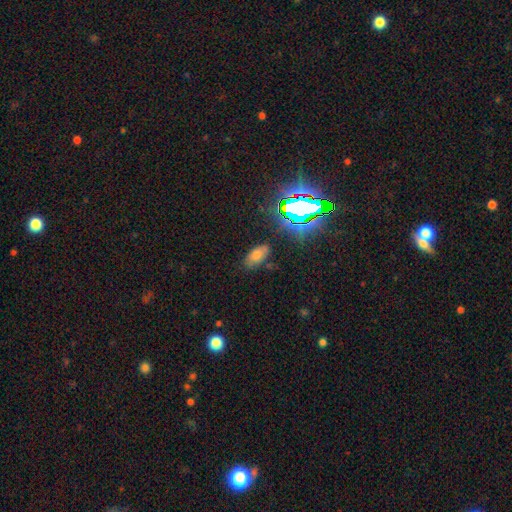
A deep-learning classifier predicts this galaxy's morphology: type=smooth (64%); roundness=in between (90%); merging=none (77%).